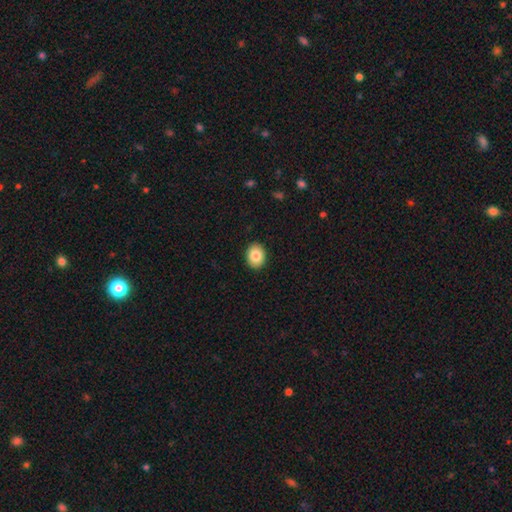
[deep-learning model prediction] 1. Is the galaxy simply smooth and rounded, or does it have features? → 85% smooth, 8% star or artifact, 7% featured or disk.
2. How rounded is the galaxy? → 55% in between, 44% round, 1% cigar-shaped.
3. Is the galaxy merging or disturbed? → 91% none, 6% minor disturbance, 2% major disturbance, 1% merger.